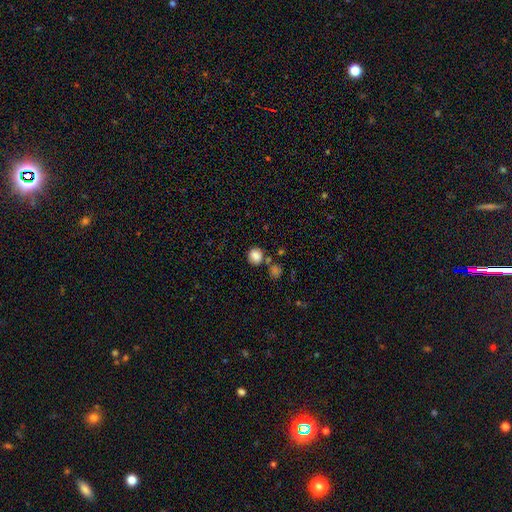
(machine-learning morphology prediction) A smooth galaxy with no disk features (84%) that is round (82%). Merging: none (72%).